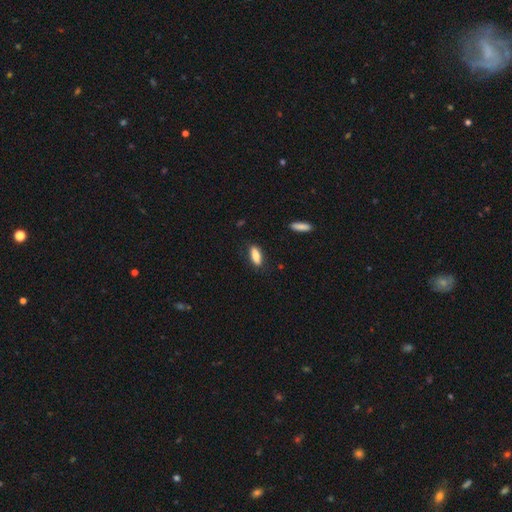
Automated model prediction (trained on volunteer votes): A smooth galaxy with no disk features (84%) that is in between round and cigar-shaped (62%).

Vote fractions:
- Smooth or featured? smooth: 84% / featured or disk: 9% / star or artifact: 7%
- How rounded? in between: 62% / cigar-shaped: 35% / round: 2%
- Merging? none: 83% / minor disturbance: 13% / major disturbance: 3% / merger: 1%